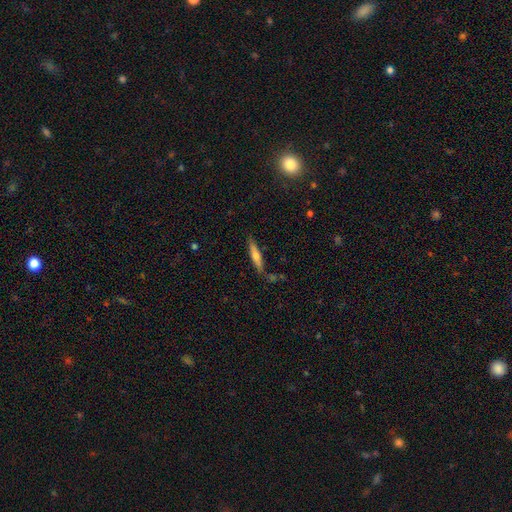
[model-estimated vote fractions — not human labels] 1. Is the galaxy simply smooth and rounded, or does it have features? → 51% smooth, 42% featured or disk, 7% star or artifact.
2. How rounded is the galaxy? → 87% cigar-shaped, 11% in between, 2% round.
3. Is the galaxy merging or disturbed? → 80% none, 13% minor disturbance, 4% merger, 3% major disturbance.